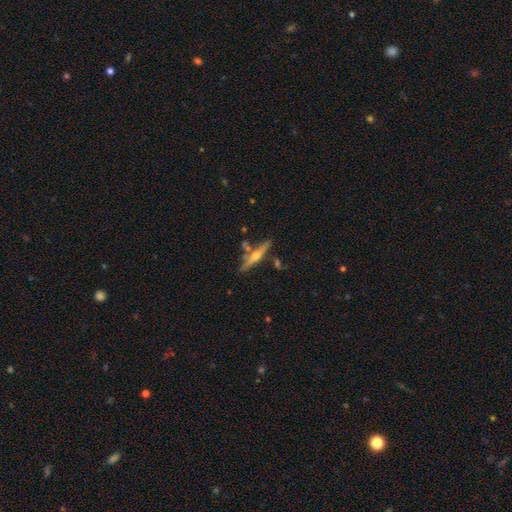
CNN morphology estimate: featured or disk 69%, smooth 25%, star or artifact 6%. Down the decision tree: edge-on disk — yes (96%); edge-on bulge — rounded (92%); merging — none (76%).